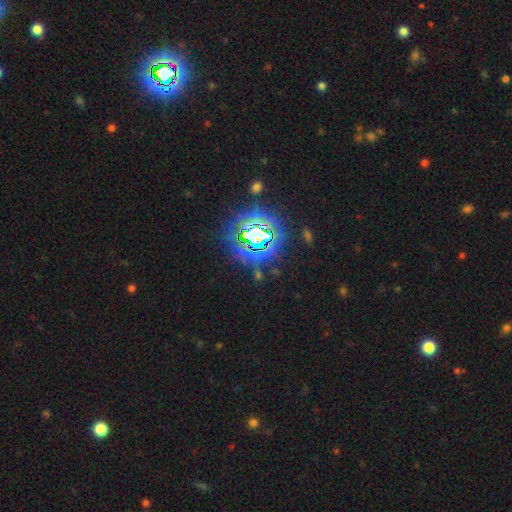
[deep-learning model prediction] Overall: star or artifact (85%).